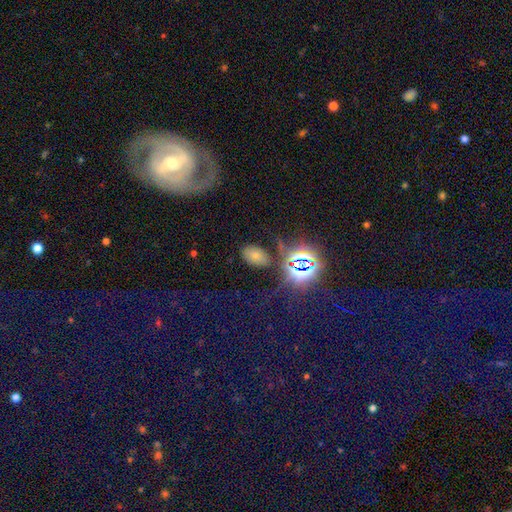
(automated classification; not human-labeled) Overall: smooth (54%; star or artifact 36%). How rounded: in between (92%). Merging: none (79%).